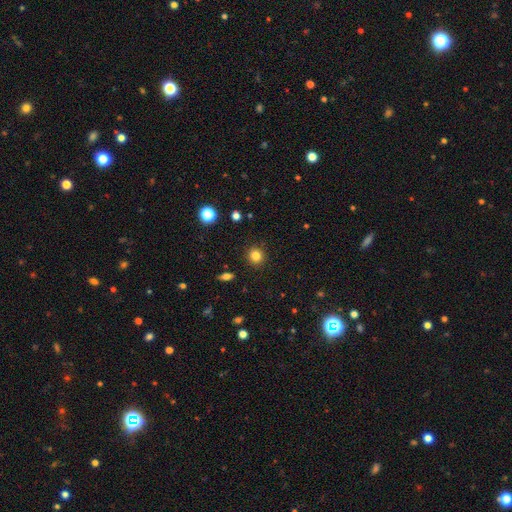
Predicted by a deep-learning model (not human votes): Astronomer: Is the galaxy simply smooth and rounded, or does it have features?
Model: smooth — 82%.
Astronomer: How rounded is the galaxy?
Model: round — 90%.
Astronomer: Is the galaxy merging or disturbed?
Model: none — 91%.